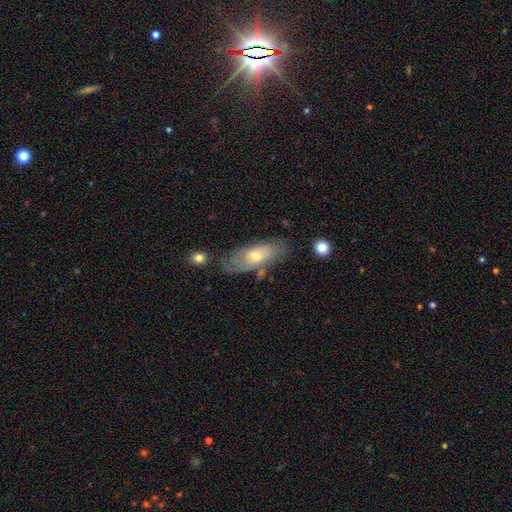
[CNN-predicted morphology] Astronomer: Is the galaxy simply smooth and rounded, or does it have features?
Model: featured or disk — 55% (runner-up: smooth, 38%).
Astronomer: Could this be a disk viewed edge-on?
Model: no — 80%.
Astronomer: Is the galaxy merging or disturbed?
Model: none — 65%.